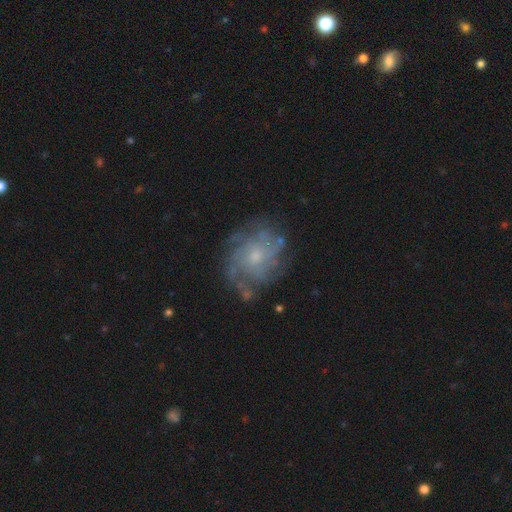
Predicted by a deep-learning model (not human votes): Smooth or featured?
  - featured or disk: 79% *
  - smooth: 12%
  - star or artifact: 9%
Edge-on disk?
  - no: 98% *
  - yes: 2%
Bar?
  - no: 80% *
  - weak: 18%
  - strong: 2%
Spiral arms?
  - yes: 89% *
  - no: 11%
Spiral winding?
  - tight: 51% *
  - medium: 34%
  - loose: 15%
Spiral arm count?
  - can't tell: 39% *
  - 4: 20%
  - more than 4: 14%
  - 3: 12%
  - 2: 9%
  - 1: 7%
Bulge size?
  - small: 63% *
  - moderate: 31%
  - none: 3%
  - large: 2%
  - dominant: 1%
Merging?
  - none: 74% *
  - minor disturbance: 16%
  - major disturbance: 8%
  - merger: 2%